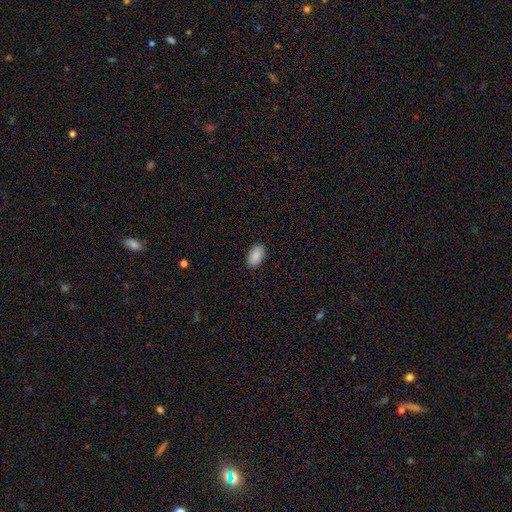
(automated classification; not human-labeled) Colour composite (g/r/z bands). It shows a smooth galaxy with no disk features (89%) that is in between round and cigar-shaped (93%). Merging: none (88%).